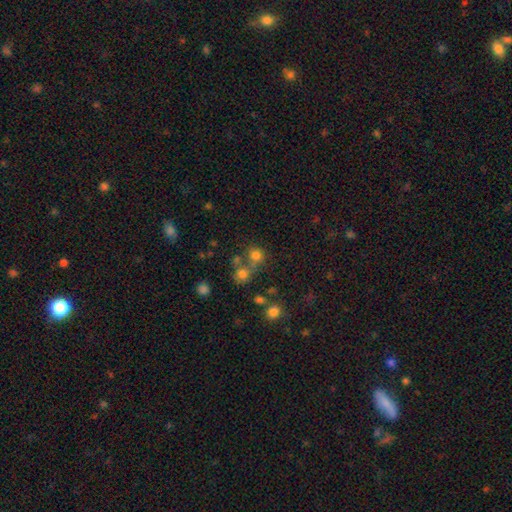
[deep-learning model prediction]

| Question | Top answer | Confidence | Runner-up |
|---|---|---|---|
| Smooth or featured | smooth | 73% | star or artifact (18%) |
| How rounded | round | 86% | in between (13%) |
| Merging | none | 53% | merger (34%) |